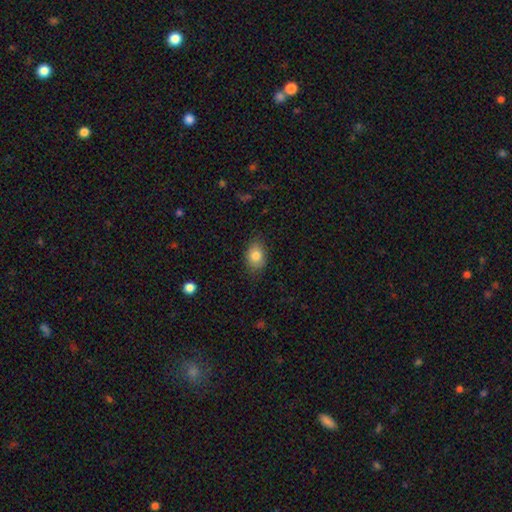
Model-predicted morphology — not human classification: This is clearly a smooth galaxy (82%). How rounded: likely in between (69%). Merging: likely none (79%).